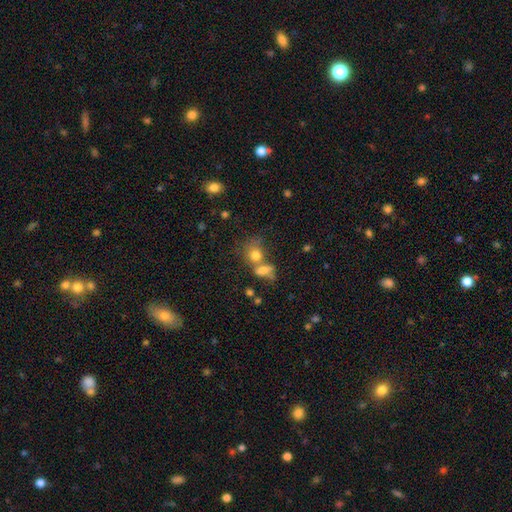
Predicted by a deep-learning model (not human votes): Q: Smooth or featured?
A: smooth (72%); runner-up: featured or disk (15%)
Q: How rounded?
A: round (58%); runner-up: in between (41%)
Q: Merging?
A: merger (51%); runner-up: none (30%)